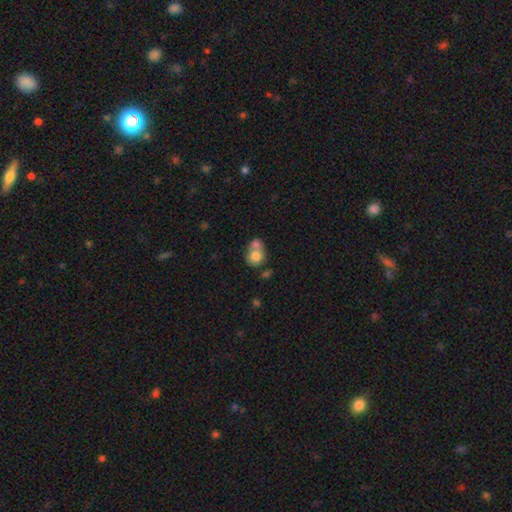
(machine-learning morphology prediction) Smooth or featured: smooth — 75% (featured or disk — 17%)
How rounded: round — 70% (in between — 30%)
Merging: merger — 57% (none — 31%)